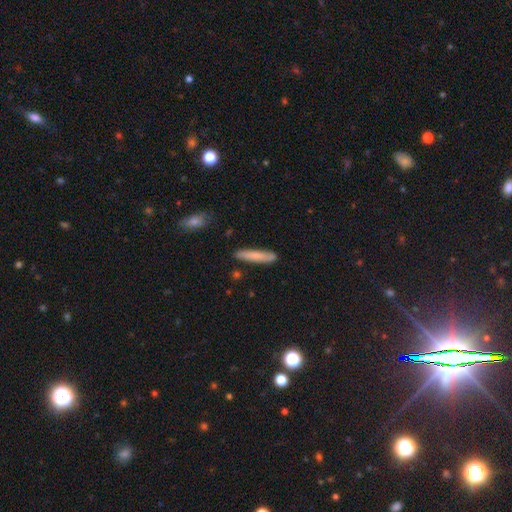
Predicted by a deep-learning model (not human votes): A smooth galaxy with no disk features (77%) that is cigar-shaped (91%). Merging: none (83%).